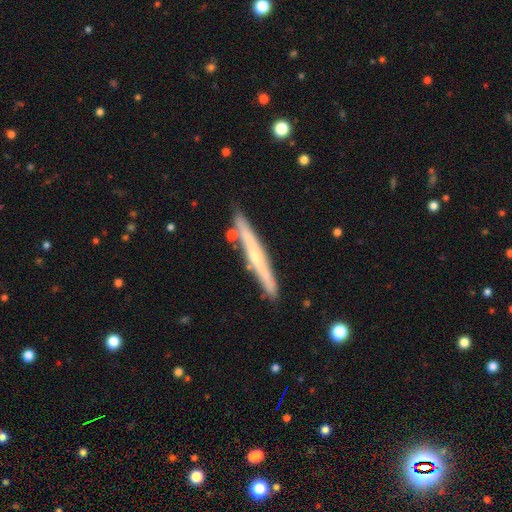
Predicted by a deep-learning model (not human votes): Smooth or featured?
  - featured or disk: 62% *
  - smooth: 32%
  - star or artifact: 6%
Edge-on disk?
  - yes: 95% *
  - no: 5%
Edge-on bulge?
  - rounded: 57% *
  - none: 39%
  - boxy: 4%
Merging?
  - none: 85% *
  - minor disturbance: 9%
  - merger: 3%
  - major disturbance: 2%